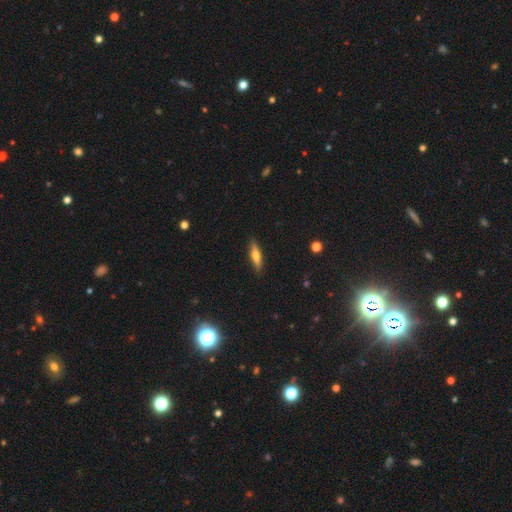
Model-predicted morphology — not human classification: Smooth or featured? smooth (57%)
How rounded? cigar-shaped (75%)
Merging? none (89%)